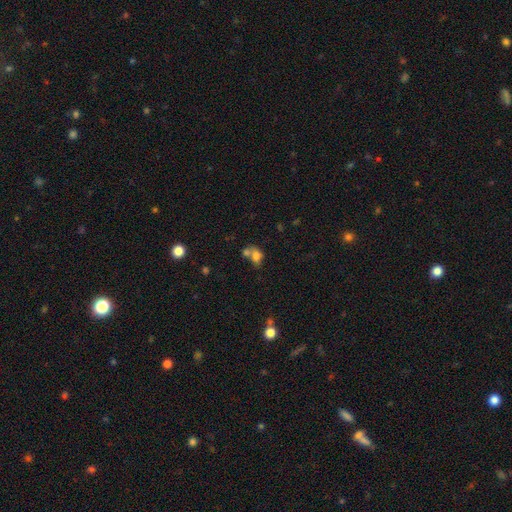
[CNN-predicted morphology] Smooth or featured? Predicted: smooth (p=0.72). How rounded? Predicted: in between (p=0.61). Merging? Predicted: merger (p=0.57).